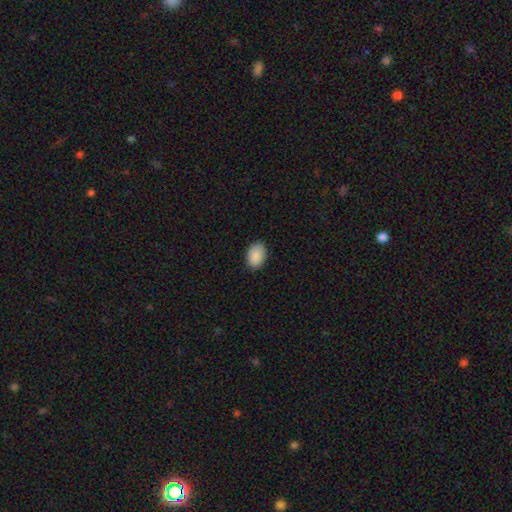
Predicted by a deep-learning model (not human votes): Q: Smooth or featured?
A: smooth (91%); runner-up: star or artifact (7%)
Q: How rounded?
A: in between (88%); runner-up: round (11%)
Q: Merging?
A: none (88%); runner-up: minor disturbance (9%)